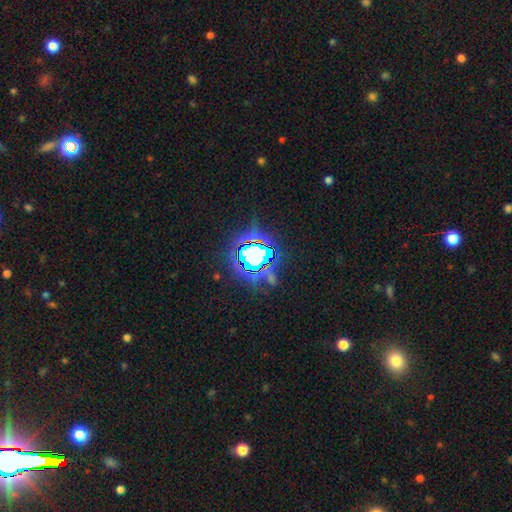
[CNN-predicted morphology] Smooth or featured? Predicted: star or artifact (p=0.76).